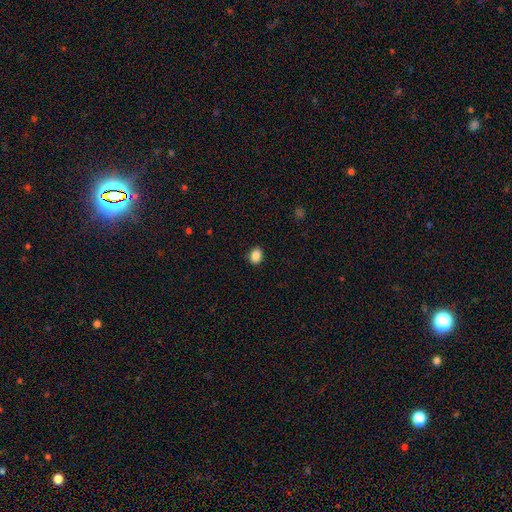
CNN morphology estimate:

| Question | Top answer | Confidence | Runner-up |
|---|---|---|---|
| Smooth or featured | smooth | 87% | star or artifact (9%) |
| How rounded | in between | 60% | round (39%) |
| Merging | none | 89% | minor disturbance (8%) |